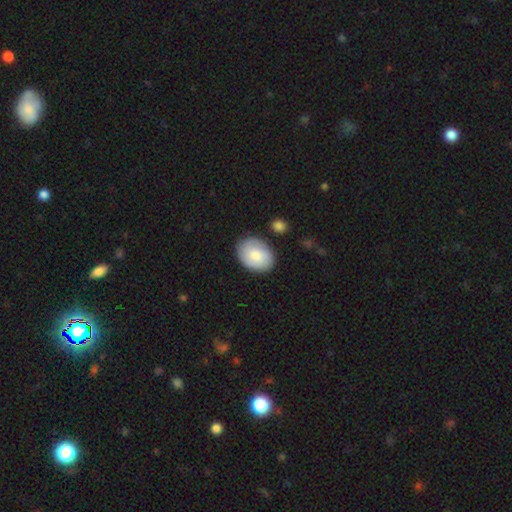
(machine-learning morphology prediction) smooth-or-featured: smooth: 75% | featured or disk: 19% | star or artifact: 6%
  how-rounded: in between: 73% | round: 26% | cigar-shaped: 1%
  merging: none: 80% | minor disturbance: 14% | merger: 3% | major disturbance: 3%